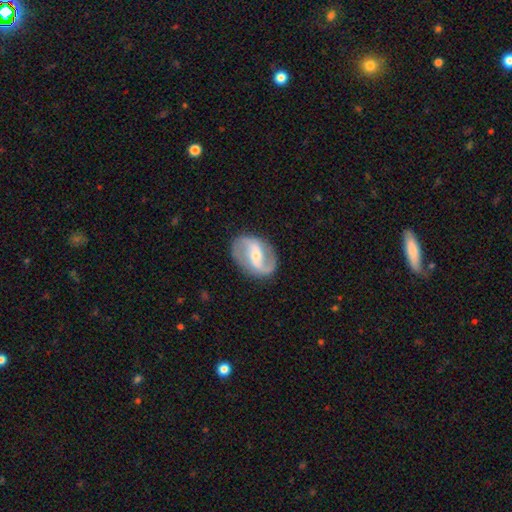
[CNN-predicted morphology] smooth_or_featured: featured or disk (p=0.86) [alt: smooth p=0.10]
disk_edge_on: no (p=0.97) [alt: yes p=0.03]
bar: weak (p=0.41) [alt: strong p=0.37]
has_spiral_arms: yes (p=0.94) [alt: no p=0.06]
spiral_winding: loose (p=0.46) [alt: medium p=0.41]
spiral_arm_count: 2 (p=0.92) [alt: can't tell p=0.03]
bulge_size: small (p=0.51) [alt: moderate p=0.43]
merging: none (p=0.84) [alt: minor disturbance p=0.11]